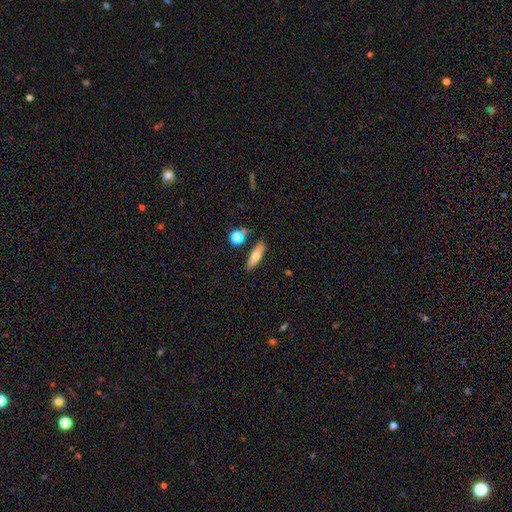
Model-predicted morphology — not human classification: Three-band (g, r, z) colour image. It shows a smooth galaxy with no disk features (68%) that is cigar-shaped (52%). Merging: none (80%).